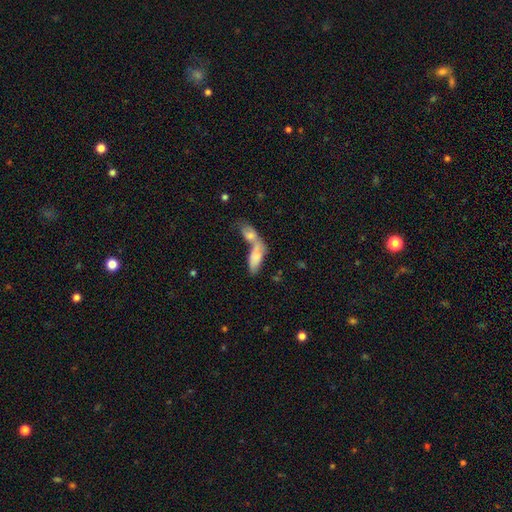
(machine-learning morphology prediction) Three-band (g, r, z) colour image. It shows a smooth galaxy with no disk features (77%) that is in between round and cigar-shaped (78%). Merging: merger (70%).